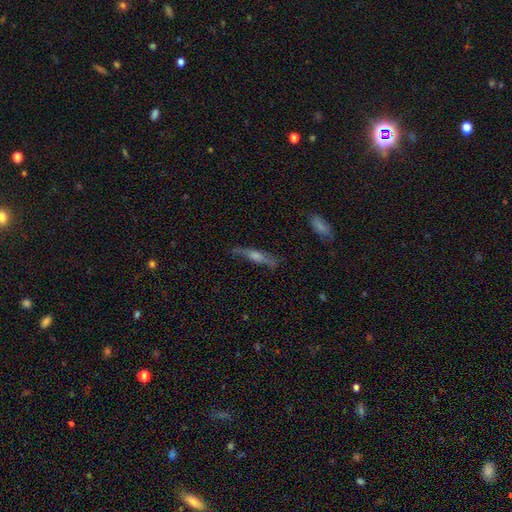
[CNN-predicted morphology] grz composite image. It shows a featured or disk galaxy (61%) viewed edge-on (85%) with a rounded central bulge (78%). Merging: none (76%).